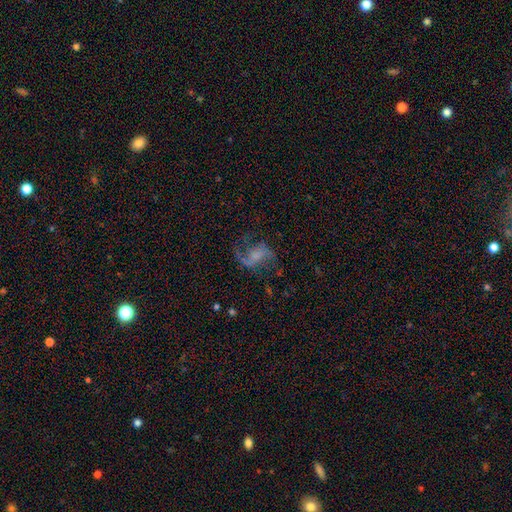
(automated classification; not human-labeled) smooth-or-featured: featured or disk: 77% | smooth: 14% | star or artifact: 10%
  disk-edge-on: no: 98% | yes: 2%
    bar: no: 46% | weak: 41% | strong: 13%
    has-spiral-arms: yes: 91% | no: 9%
      spiral-winding: loose: 62% | medium: 32% | tight: 6%
      spiral-arm-count: 2: 80% | 1: 12% | can't tell: 4% | 3: 2% | 4: 1% | more than 4: 1%
    bulge-size: none: 42% | small: 28% | moderate: 19% | large: 8% | dominant: 2%
  merging: none: 56% | major disturbance: 24% | minor disturbance: 17% | merger: 2%